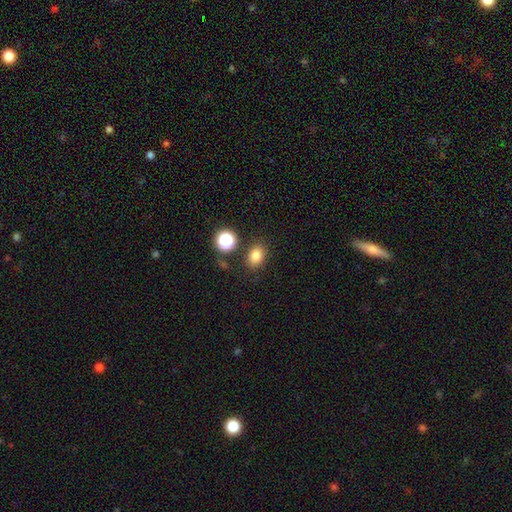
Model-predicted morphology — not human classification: Smooth or featured? smooth (82%)
How rounded? in between (65%)
Merging? none (81%)